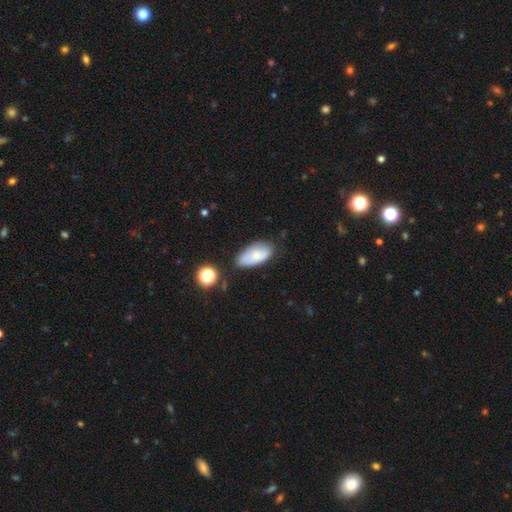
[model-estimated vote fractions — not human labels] Overall: smooth (68%). How rounded: in between (92%). Merging: none (68%).